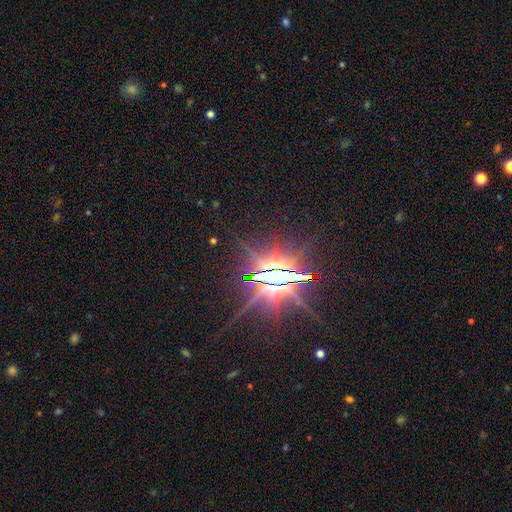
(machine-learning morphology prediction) Smooth or featured? star or artifact (81%)